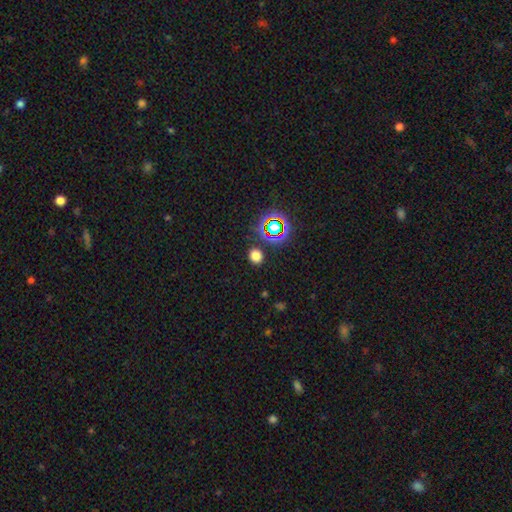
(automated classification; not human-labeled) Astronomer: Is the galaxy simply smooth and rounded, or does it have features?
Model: smooth — 72%.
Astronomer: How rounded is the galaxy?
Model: round — 76%.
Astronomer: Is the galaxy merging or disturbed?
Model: none — 87%.